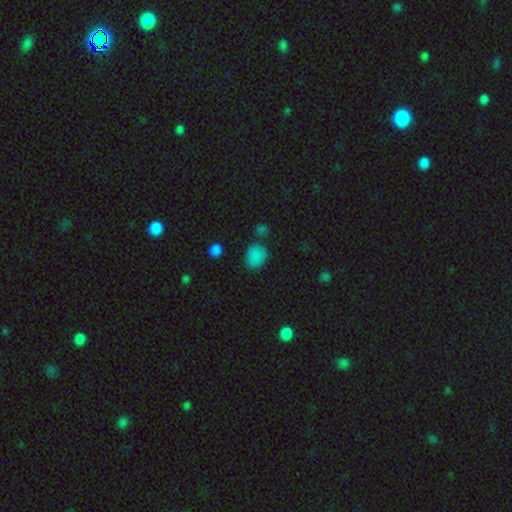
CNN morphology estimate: smooth_or_featured: smooth (p=0.79) [alt: star or artifact p=0.16]
how_rounded: in between (p=0.50) [alt: round p=0.48]
merging: none (p=0.71) [alt: minor disturbance p=0.17]